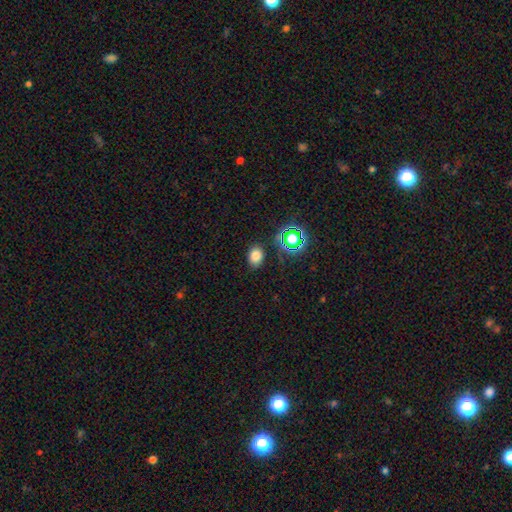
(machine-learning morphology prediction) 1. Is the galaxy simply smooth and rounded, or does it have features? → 77% smooth, 17% star or artifact, 6% featured or disk.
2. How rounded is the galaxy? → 65% in between, 34% round, 1% cigar-shaped.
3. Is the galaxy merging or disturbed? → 85% none, 10% minor disturbance, 3% major disturbance, 2% merger.